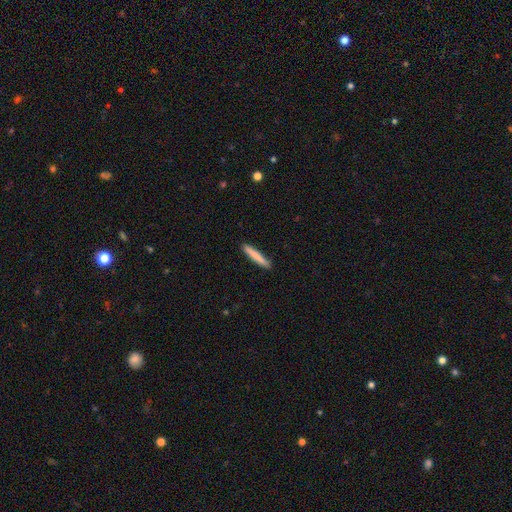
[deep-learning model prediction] Q: Smooth or featured?
A: smooth (81%); runner-up: featured or disk (14%)
Q: How rounded?
A: cigar-shaped (95%); runner-up: in between (4%)
Q: Merging?
A: none (91%); runner-up: minor disturbance (7%)